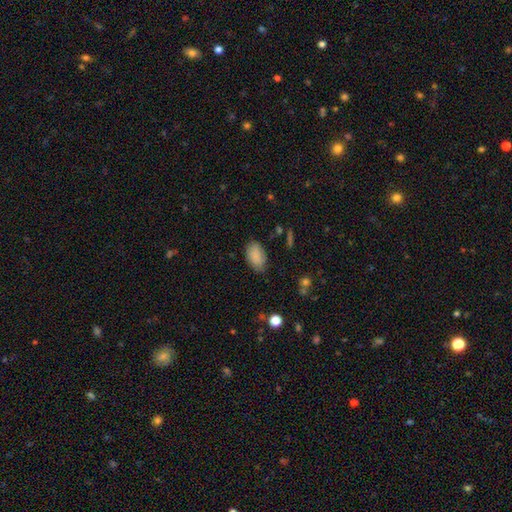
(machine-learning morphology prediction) Smooth or featured: smooth — 88% (star or artifact — 7%)
How rounded: in between — 93% (round — 5%)
Merging: none — 79% (minor disturbance — 16%)